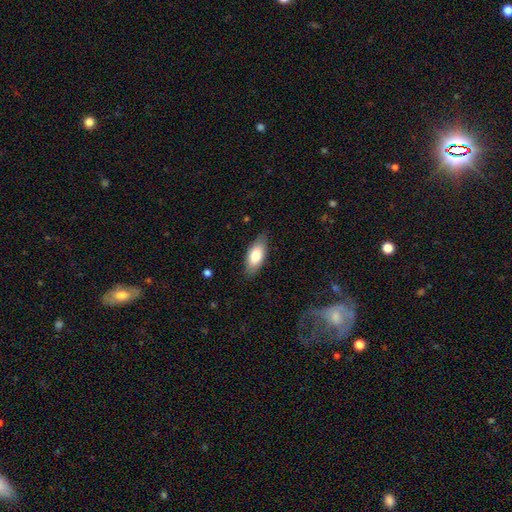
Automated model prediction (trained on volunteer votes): Q: Smooth or featured?
A: smooth (78%); runner-up: featured or disk (16%)
Q: How rounded?
A: in between (85%); runner-up: cigar-shaped (12%)
Q: Merging?
A: none (82%); runner-up: minor disturbance (14%)